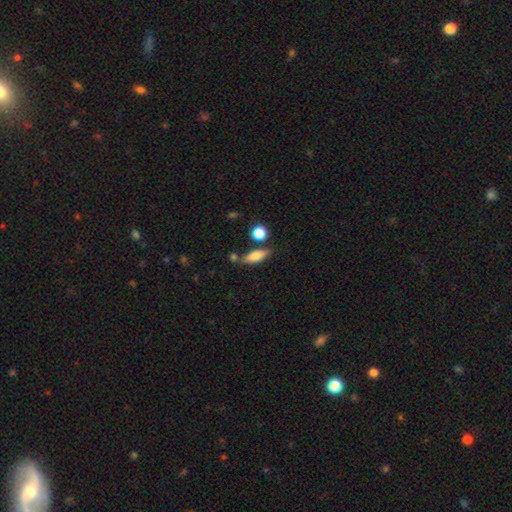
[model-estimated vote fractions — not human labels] A smooth galaxy with no disk features (73%) that is in between round and cigar-shaped (61%). Merging: none (67%).